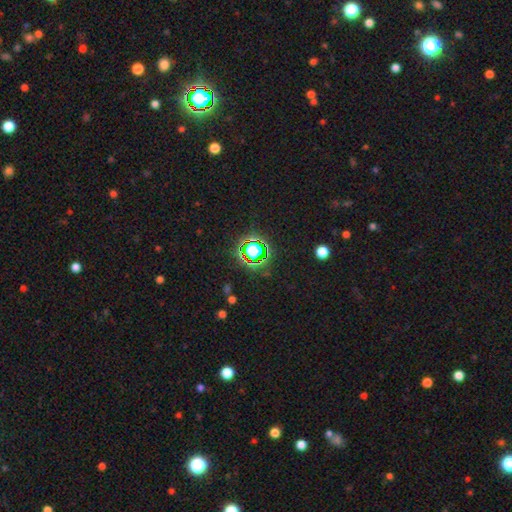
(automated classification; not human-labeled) Morphology: type=star or artifact (67%).